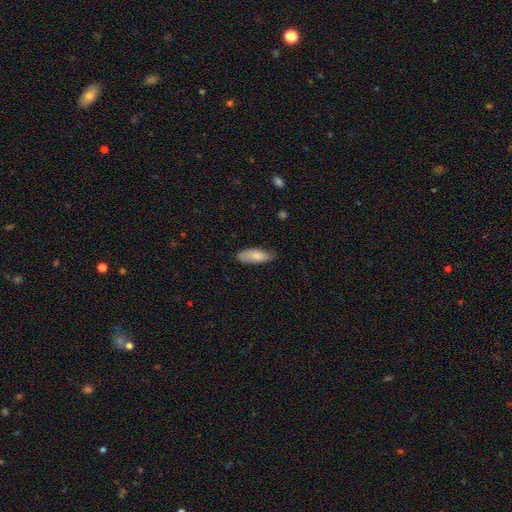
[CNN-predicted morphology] Smooth or featured: smooth — 83% (featured or disk — 12%)
How rounded: in between — 73% (cigar-shaped — 25%)
Merging: none — 72% (minor disturbance — 24%)